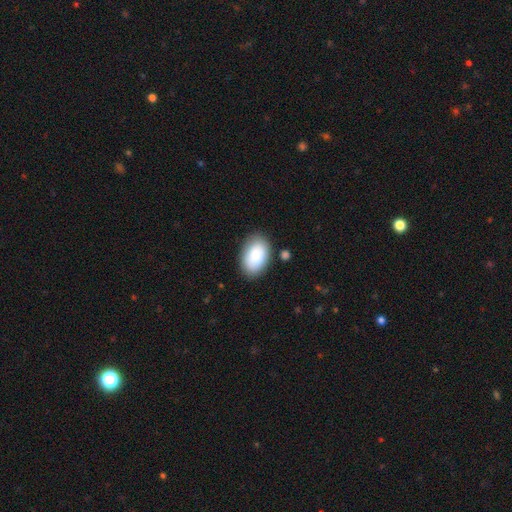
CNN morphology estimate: Smooth or featured: smooth — 87% (featured or disk — 7%)
How rounded: in between — 93% (round — 6%)
Merging: none — 83% (minor disturbance — 11%)